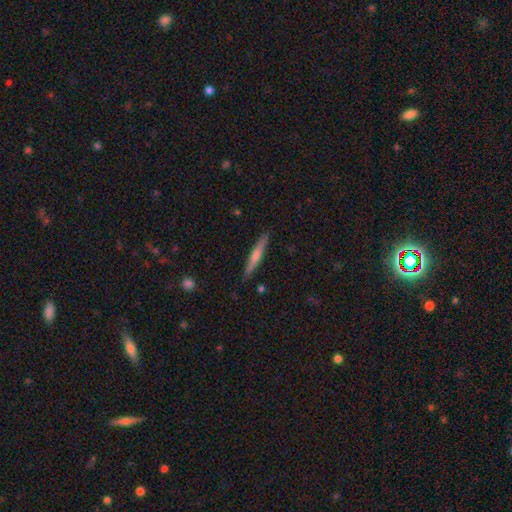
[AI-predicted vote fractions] Morphology: type=featured or disk (62%); edge-on=yes (97%); edge-on bulge=rounded (74%); merging=none (90%).